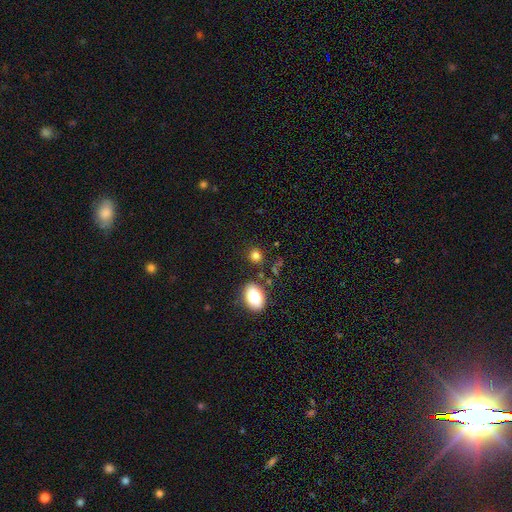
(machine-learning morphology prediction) Smooth or featured? Predicted: smooth (p=0.81). How rounded? Predicted: round (p=0.67). Merging? Predicted: none (p=0.80).